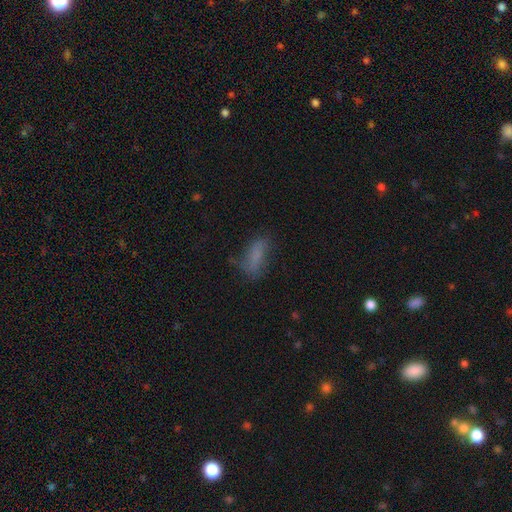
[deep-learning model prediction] The model was most divided on "merging": none: 54%, minor disturbance: 26%, major disturbance: 16%, merger: 3%. More confident: how rounded — in between (70%); smooth or featured — smooth (69%).